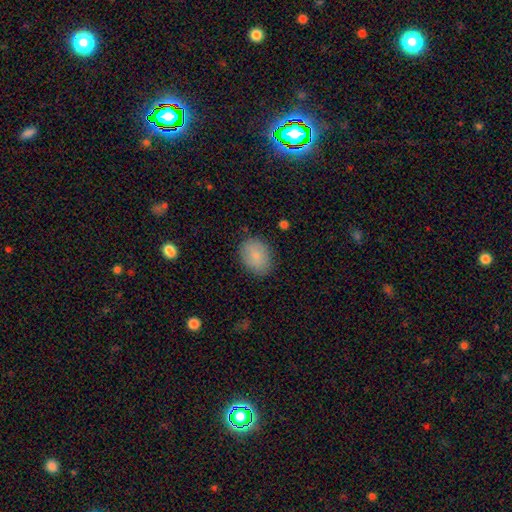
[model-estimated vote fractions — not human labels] Overall: smooth (84%). How rounded: in between (64%; round 35%). Merging: none (84%).